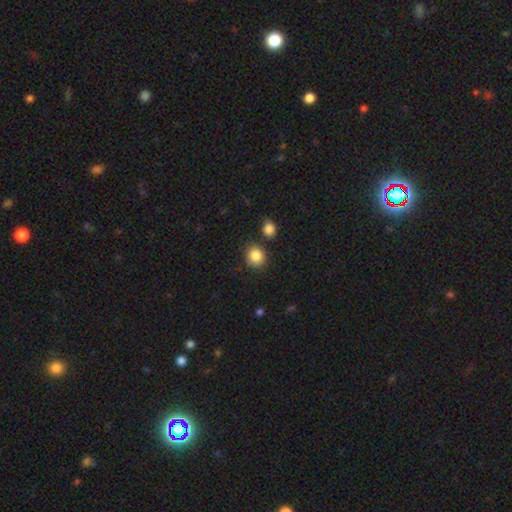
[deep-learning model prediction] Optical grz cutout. It shows a smooth galaxy with no disk features (87%) that is round (80%). Merging: none (79%).